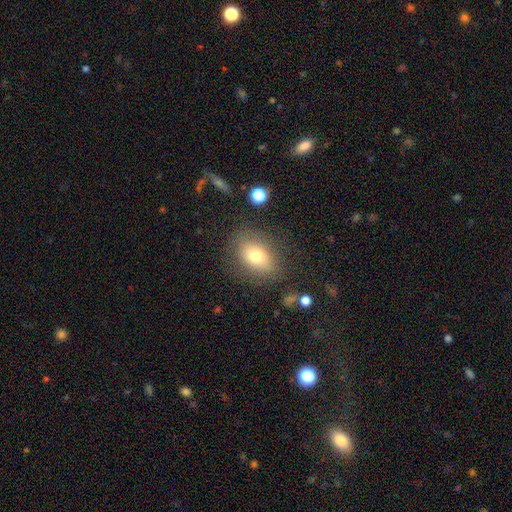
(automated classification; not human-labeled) A smooth galaxy with no disk features (72%) that is in between round and cigar-shaped (69%). Merging: none (77%).